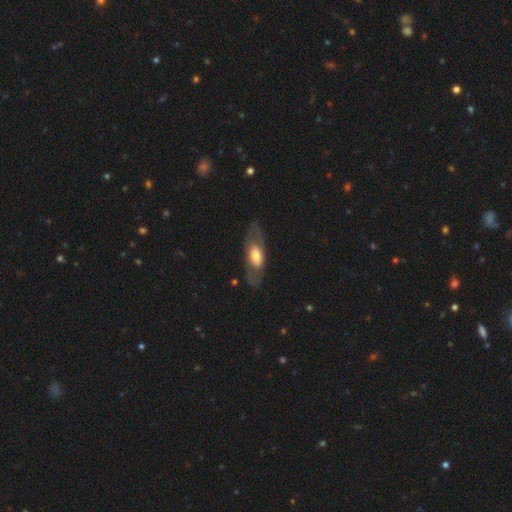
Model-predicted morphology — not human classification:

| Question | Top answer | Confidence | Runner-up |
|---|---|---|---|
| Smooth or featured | featured or disk | 52% | smooth (43%) |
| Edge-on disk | no | 75% | yes (25%) |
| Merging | none | 76% | minor disturbance (14%) |